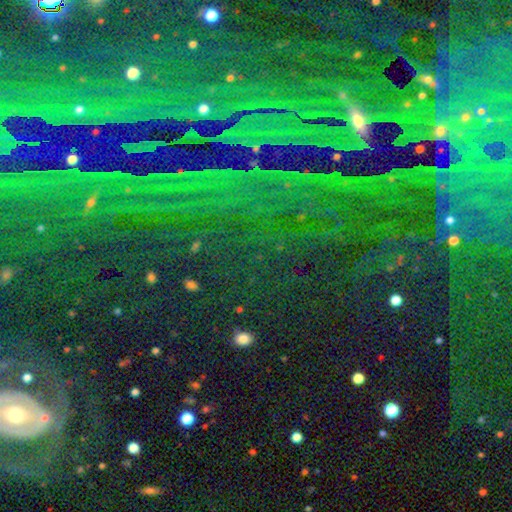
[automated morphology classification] Smooth or featured?
  - star or artifact: 85% *
  - featured or disk: 8%
  - smooth: 8%